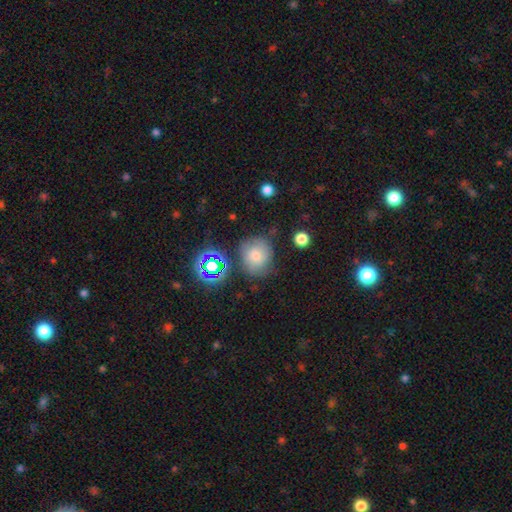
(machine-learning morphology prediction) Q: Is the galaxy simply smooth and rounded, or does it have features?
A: smooth — 67%.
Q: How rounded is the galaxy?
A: round — 75%.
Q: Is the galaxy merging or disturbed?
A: none — 65%.